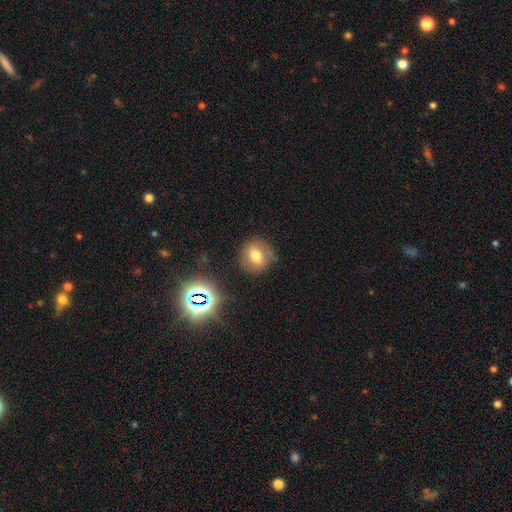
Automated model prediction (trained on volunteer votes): This is likely a smooth galaxy (70%). How rounded: likely round (70%). Merging: clearly none (80%).